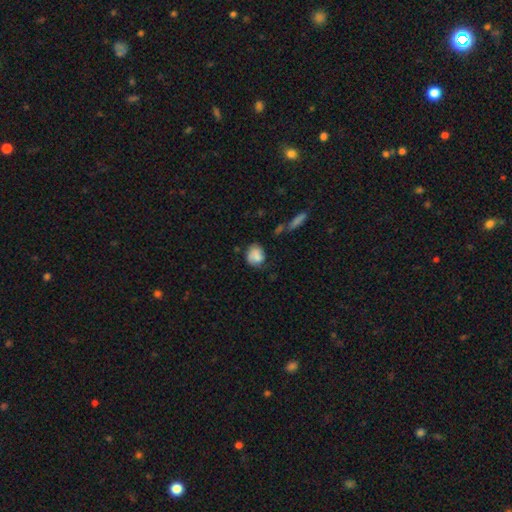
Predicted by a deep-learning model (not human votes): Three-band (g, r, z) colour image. It shows a smooth galaxy with no disk features (77%) that is round (58%). Merging: none (57%).